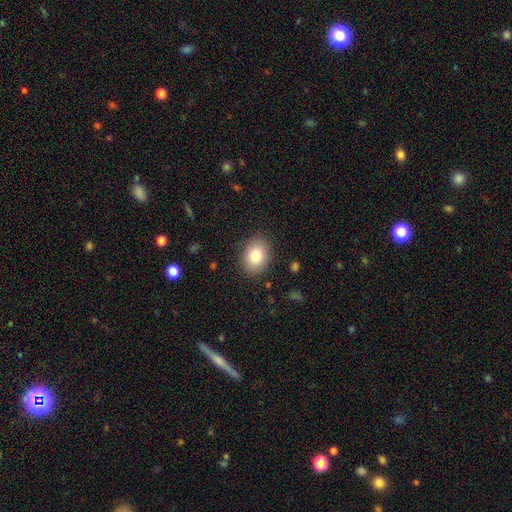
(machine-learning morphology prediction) type=smooth (83%); roundness=in between (68%); merging=none (87%).